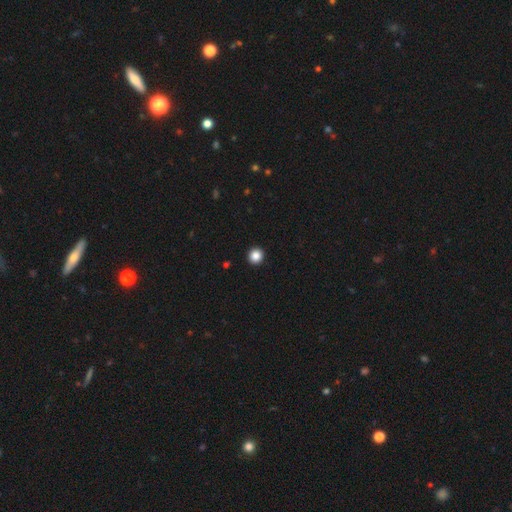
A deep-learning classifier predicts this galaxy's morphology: smooth-or-featured: smooth: 87% | star or artifact: 10% | featured or disk: 3%
  how-rounded: round: 94% | in between: 5% | cigar-shaped: 1%
  merging: none: 94% | minor disturbance: 4% | major disturbance: 1% | merger: 1%